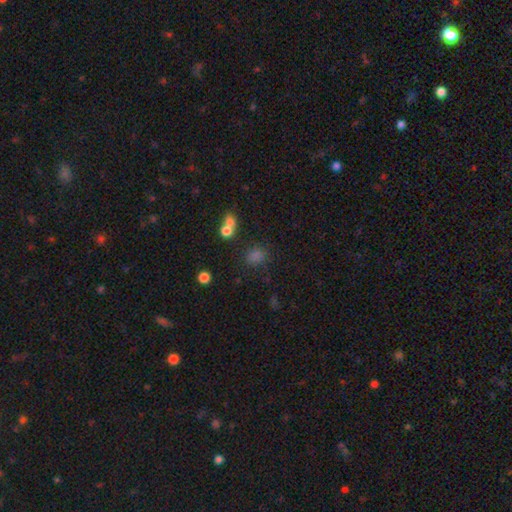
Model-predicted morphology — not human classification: This appears to be a smooth galaxy with no disk features (69%) that is round (60%). Merging: none (67%).